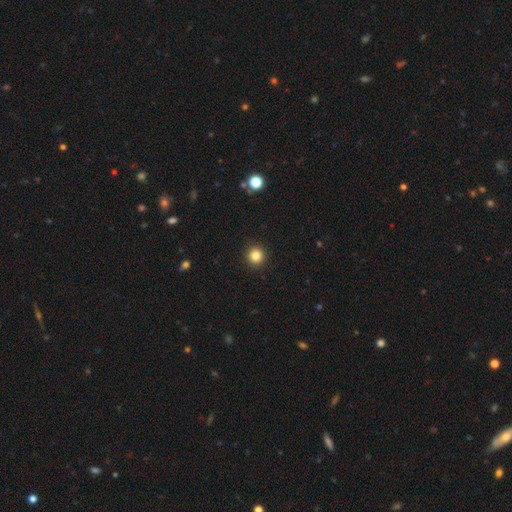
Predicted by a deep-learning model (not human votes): smooth_or_featured: smooth (p=0.84) [alt: star or artifact p=0.12]
how_rounded: round (p=0.95) [alt: in between p=0.04]
merging: none (p=0.93) [alt: minor disturbance p=0.04]